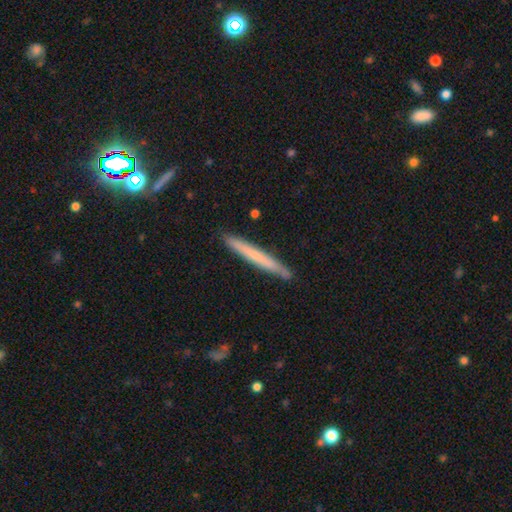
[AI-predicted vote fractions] smooth 58%, featured or disk 36%, star or artifact 6%. Down the decision tree: how rounded — cigar-shaped (97%); merging — none (88%).